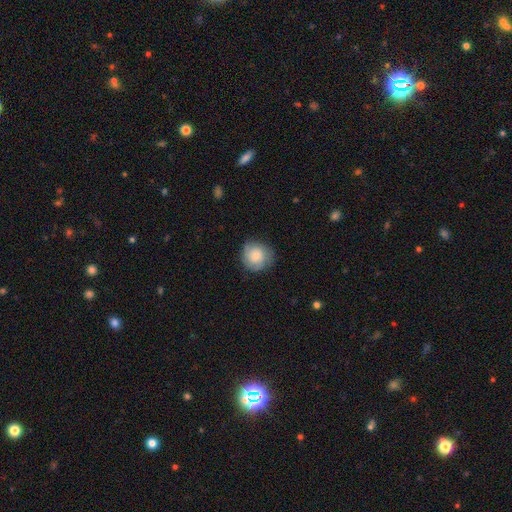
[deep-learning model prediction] smooth-or-featured: smooth: 71% | featured or disk: 22% | star or artifact: 7%
  how-rounded: round: 88% | in between: 11% | cigar-shaped: 1%
  merging: none: 75% | minor disturbance: 19% | major disturbance: 5% | merger: 1%